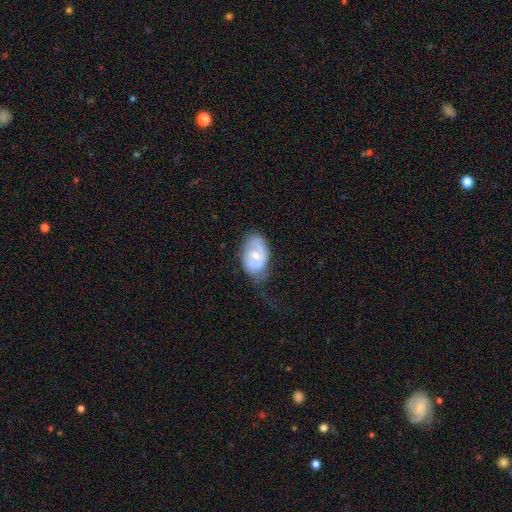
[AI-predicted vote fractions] smooth_or_featured: featured or disk (p=0.68) [alt: smooth p=0.27]
disk_edge_on: no (p=0.96) [alt: yes p=0.04]
bar: no (p=0.56) [alt: weak p=0.37]
has_spiral_arms: yes (p=0.74) [alt: no p=0.26]
bulge_size: moderate (p=0.53) [alt: small p=0.41]
merging: none (p=0.52) [alt: minor disturbance p=0.30]